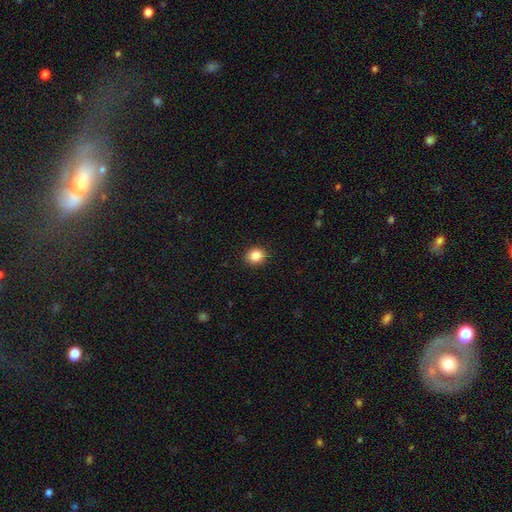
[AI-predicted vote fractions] A smooth galaxy with no disk features (86%) that is round (72%). Merging: none (90%).